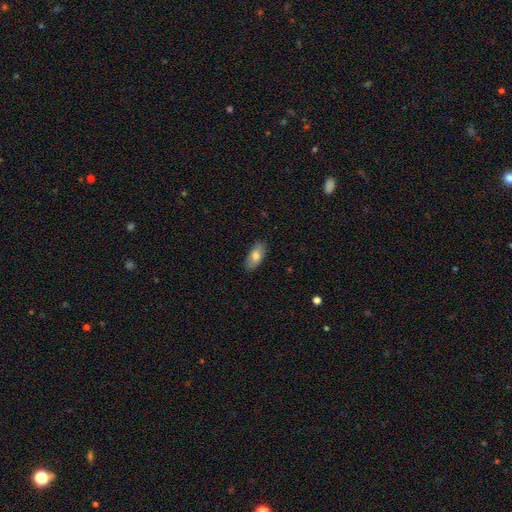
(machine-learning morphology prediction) A smooth galaxy with no disk features (77%) that is in between round and cigar-shaped (89%).

Vote fractions:
- Smooth or featured? smooth: 77% / featured or disk: 16% / star or artifact: 7%
- How rounded? in between: 89% / cigar-shaped: 9% / round: 3%
- Merging? none: 84% / minor disturbance: 13% / major disturbance: 2% / merger: 1%